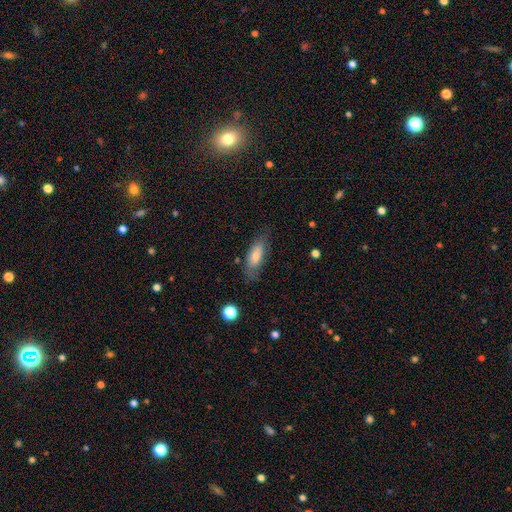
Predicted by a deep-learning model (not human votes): Overall: smooth (76%). How rounded: in between (69%; cigar-shaped 29%). Merging: none (72%).